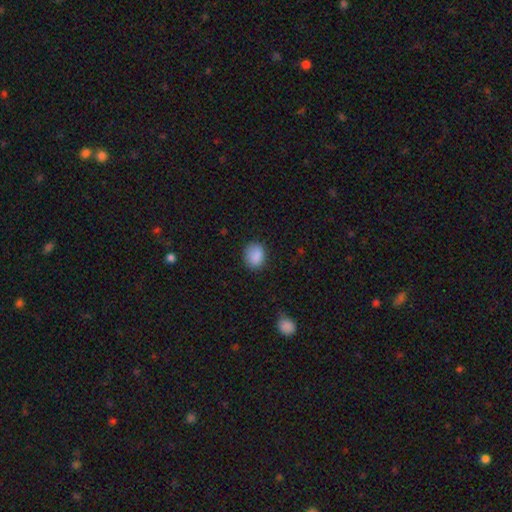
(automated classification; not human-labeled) A smooth galaxy with no disk features (87%) that is round (57%). Merging: none (79%).